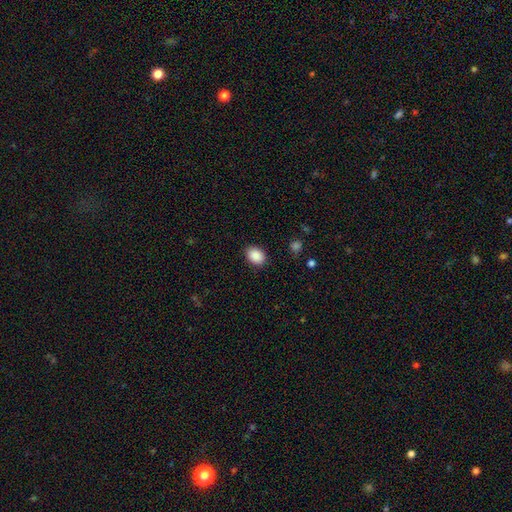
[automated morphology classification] smooth-or-featured: smooth: 89% | star or artifact: 8% | featured or disk: 3%
  how-rounded: in between: 67% | round: 32% | cigar-shaped: 1%
  merging: none: 88% | minor disturbance: 9% | major disturbance: 3% | merger: 1%